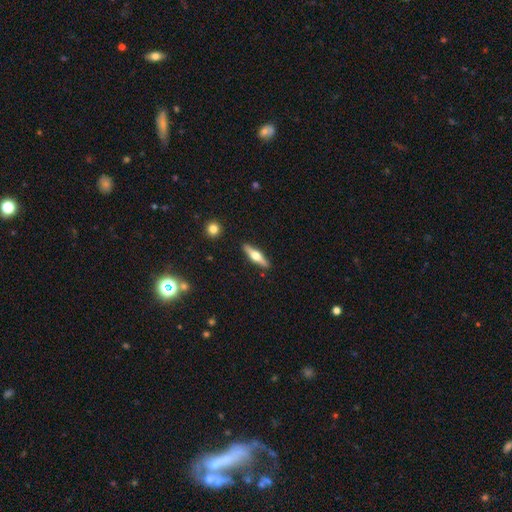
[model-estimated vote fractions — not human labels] Overall: featured or disk (64%; smooth 31%). Edge-on disk: yes (96%). Edge-on bulge: rounded (95%). Merging: none (90%).